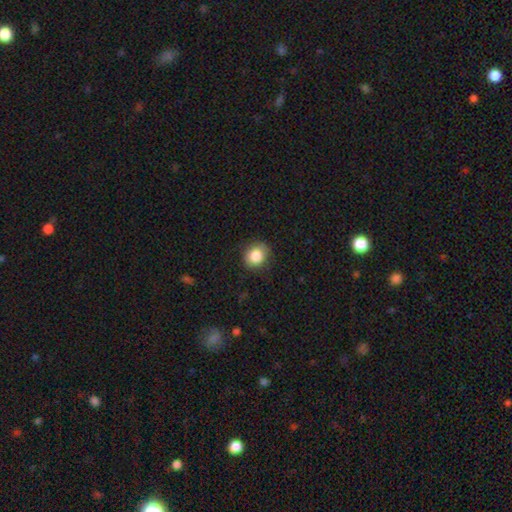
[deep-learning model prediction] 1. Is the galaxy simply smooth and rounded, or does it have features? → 86% smooth, 9% star or artifact, 6% featured or disk.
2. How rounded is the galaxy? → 73% round, 26% in between, 1% cigar-shaped.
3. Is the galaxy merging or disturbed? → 84% none, 12% minor disturbance, 3% major disturbance, 1% merger.